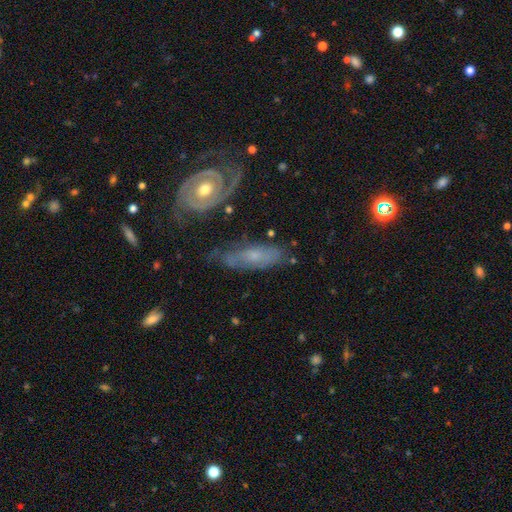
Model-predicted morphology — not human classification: Smooth or featured? featured or disk (61%)
Edge-on disk? no (80%)
Merging? none (57%)